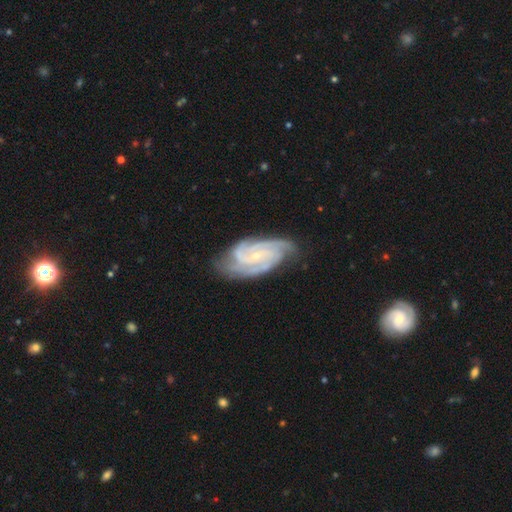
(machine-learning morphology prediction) A featured or disk galaxy (91%) with no bar (56%), 3 (51%) tight (59%) spiral arms (98%) and a small central bulge (78%).

Vote fractions:
- Smooth or featured? featured or disk: 91% / star or artifact: 5% / smooth: 4%
- Edge-on disk? no: 97% / yes: 3%
- Bar? no: 56% / weak: 33% / strong: 11%
- Spiral arms? yes: 98% / no: 2%
- Spiral winding? tight: 59% / medium: 36% / loose: 5%
- Spiral arm count? 3: 51% / 2: 17% / 4: 16% / can't tell: 8% / more than 4: 4% / 1: 4%
- Bulge size? small: 78% / moderate: 18% / none: 2% / large: 1% / dominant: 1%
- Merging? none: 74% / minor disturbance: 20% / major disturbance: 5% / merger: 1%